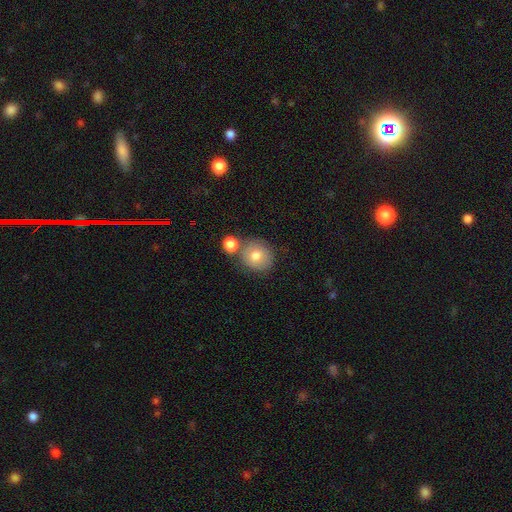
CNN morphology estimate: smooth-or-featured: smooth: 77% | featured or disk: 14% | star or artifact: 9%
  how-rounded: round: 85% | in between: 14% | cigar-shaped: 1%
  merging: none: 62% | merger: 21% | minor disturbance: 12% | major disturbance: 4%